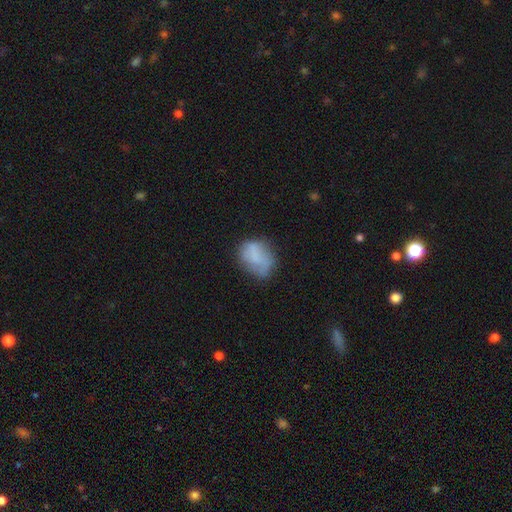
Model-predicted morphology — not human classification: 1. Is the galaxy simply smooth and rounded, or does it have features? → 68% smooth, 23% featured or disk, 9% star or artifact.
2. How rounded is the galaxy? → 64% in between, 35% round, 2% cigar-shaped.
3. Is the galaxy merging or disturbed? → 52% none, 31% minor disturbance, 13% major disturbance, 4% merger.